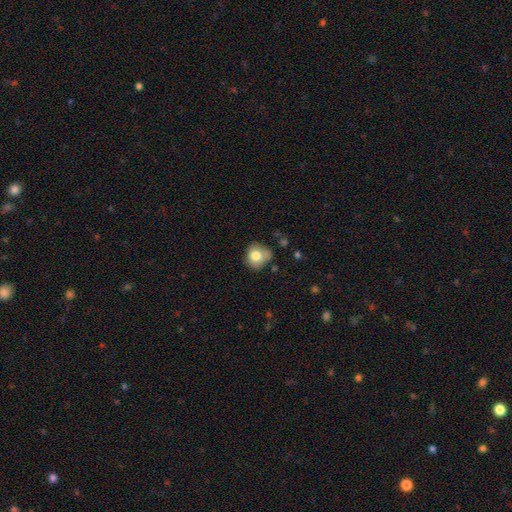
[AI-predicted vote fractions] Smooth or featured: smooth — 77% (featured or disk — 14%)
How rounded: round — 74% (in between — 26%)
Merging: none — 53% (minor disturbance — 31%)